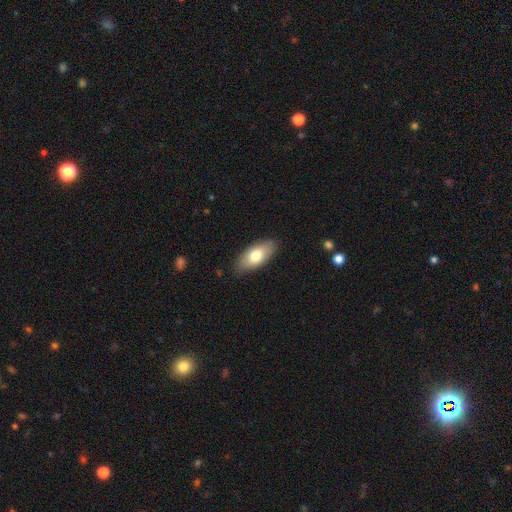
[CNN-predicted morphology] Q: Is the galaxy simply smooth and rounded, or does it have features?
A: smooth — 75%.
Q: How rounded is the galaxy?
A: in between — 90%.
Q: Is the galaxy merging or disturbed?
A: none — 83%.